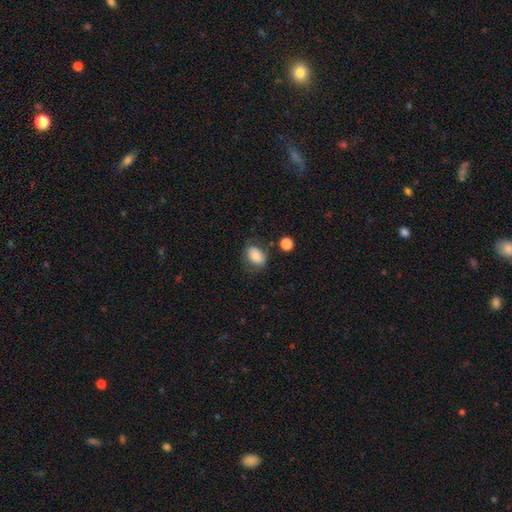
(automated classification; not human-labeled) Morphology: type=smooth (79%); roundness=in between (77%); merging=none (63%).